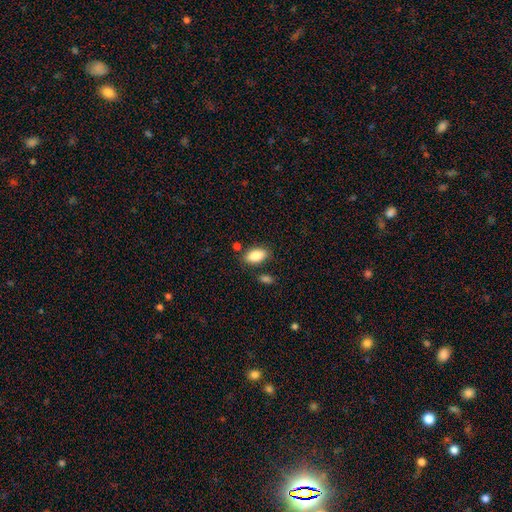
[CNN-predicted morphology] type=smooth (87%); roundness=in between (92%); merging=none (78%).